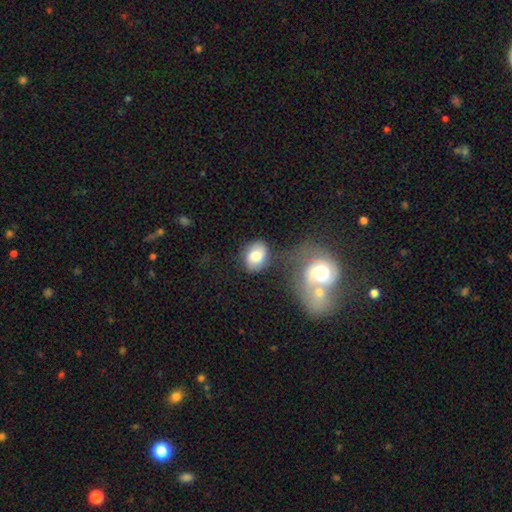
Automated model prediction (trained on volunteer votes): This appears to be a smooth galaxy with no disk features (76%) that is in between round and cigar-shaped (68%). Merging: none (64%).